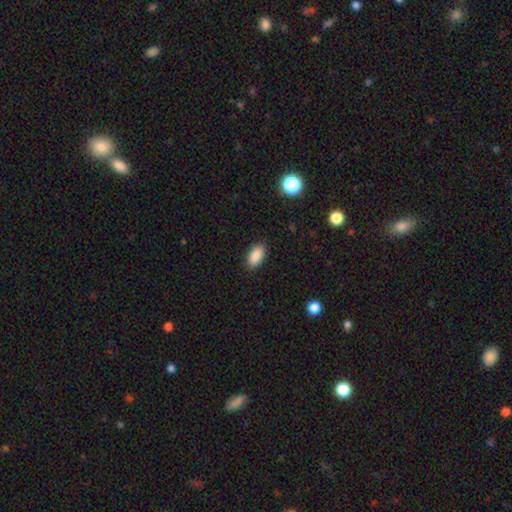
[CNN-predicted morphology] Q: Smooth or featured?
A: smooth (89%); runner-up: star or artifact (8%)
Q: How rounded?
A: in between (93%); runner-up: cigar-shaped (4%)
Q: Merging?
A: none (89%); runner-up: minor disturbance (8%)